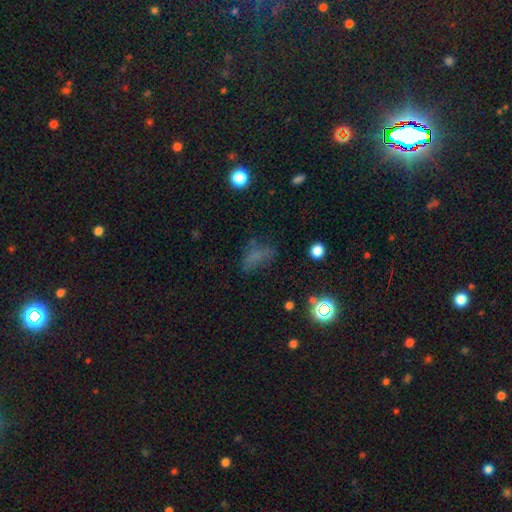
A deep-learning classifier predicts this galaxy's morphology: type=smooth (56%); roundness=in between (74%); merging=none (51%).